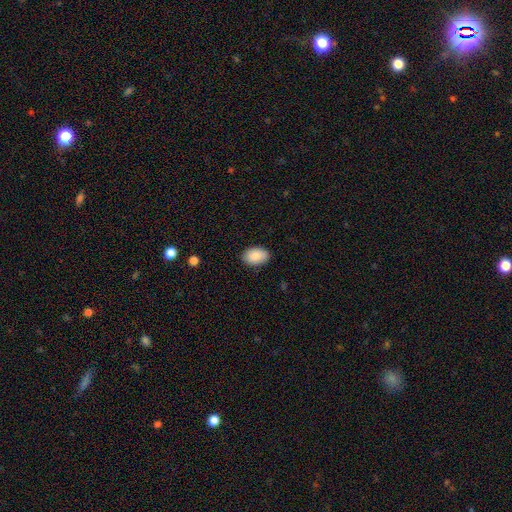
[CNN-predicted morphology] Smooth or featured? smooth (89%)
How rounded? in between (88%)
Merging? none (88%)